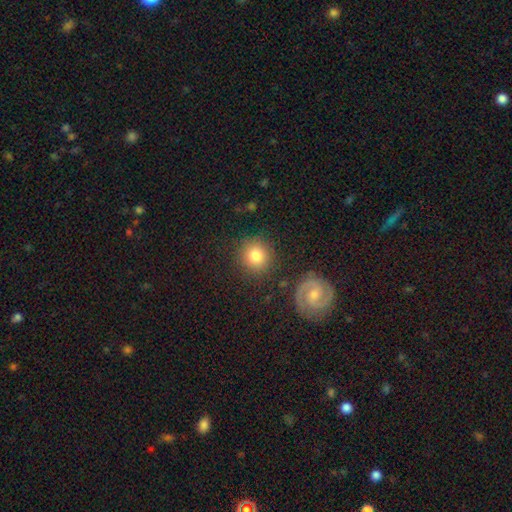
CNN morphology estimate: smooth-or-featured: smooth: 79% | featured or disk: 11% | star or artifact: 10%
  how-rounded: round: 90% | in between: 9% | cigar-shaped: 1%
  merging: none: 84% | minor disturbance: 9% | merger: 4% | major disturbance: 3%